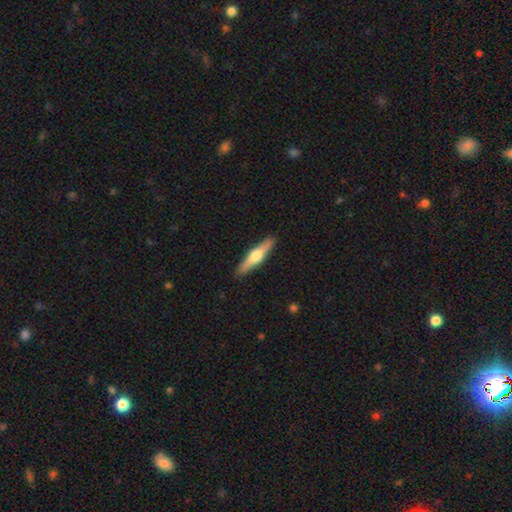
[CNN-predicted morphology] smooth-or-featured: featured or disk: 57% | smooth: 38% | star or artifact: 5%
  disk-edge-on: yes: 96% | no: 4%
    edge-on-bulge: rounded: 93% | boxy: 4% | none: 3%
  merging: none: 91% | minor disturbance: 7% | major disturbance: 1% | merger: 1%